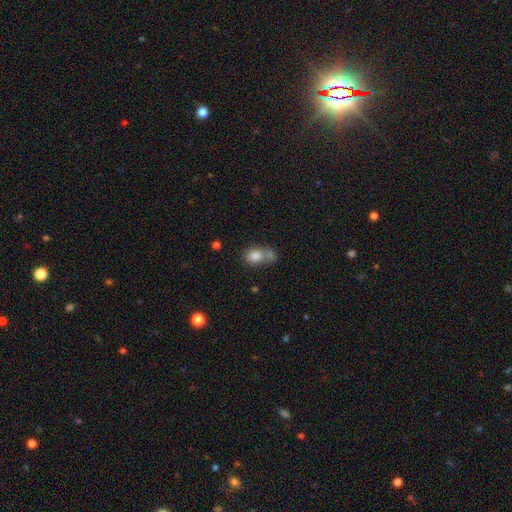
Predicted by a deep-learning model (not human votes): smooth 80%, featured or disk 11%, star or artifact 10%. Down the decision tree: how rounded — in between (58%); merging — merger (45%).